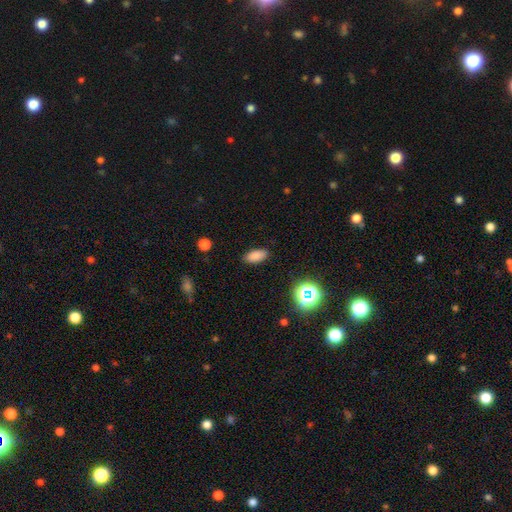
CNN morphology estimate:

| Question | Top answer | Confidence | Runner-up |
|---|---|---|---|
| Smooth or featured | smooth | 84% | star or artifact (12%) |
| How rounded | in between | 89% | cigar-shaped (8%) |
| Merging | none | 88% | minor disturbance (9%) |